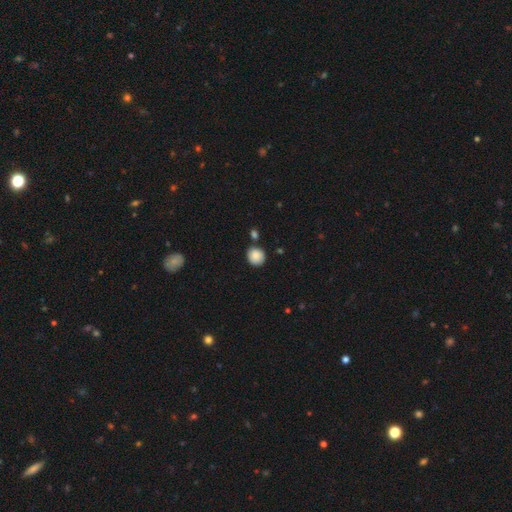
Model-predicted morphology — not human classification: smooth 88%, star or artifact 8%, featured or disk 4%. Down the decision tree: how rounded — round (89%); merging — none (79%).